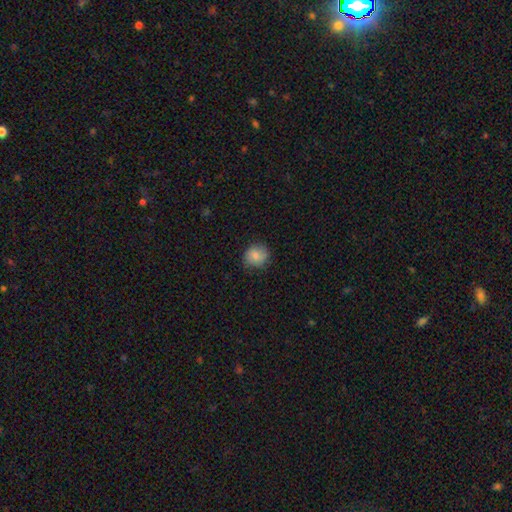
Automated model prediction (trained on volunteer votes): The model was most divided on "how rounded": round: 82%, in between: 17%, cigar-shaped: 1%. More confident: smooth or featured — smooth (81%); merging — none (81%).